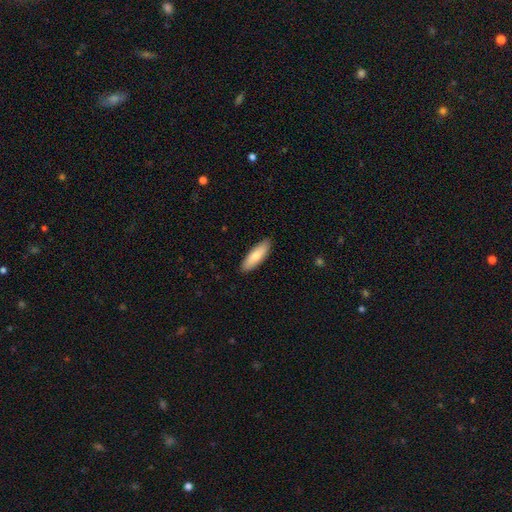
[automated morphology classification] Smooth or featured? smooth (78%)
How rounded? cigar-shaped (52%)
Merging? none (89%)